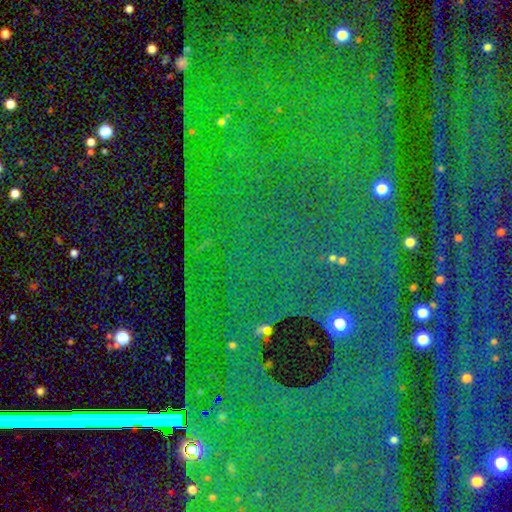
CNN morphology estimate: type=star or artifact (86%).